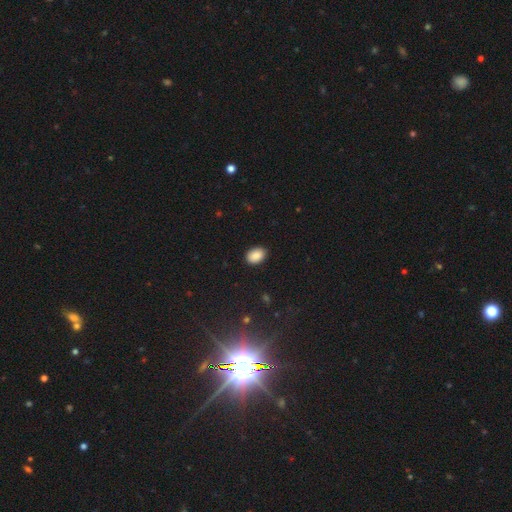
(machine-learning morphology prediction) smooth_or_featured: smooth (p=0.89) [alt: star or artifact p=0.08]
how_rounded: in between (p=0.81) [alt: round p=0.18]
merging: none (p=0.89) [alt: minor disturbance p=0.08]